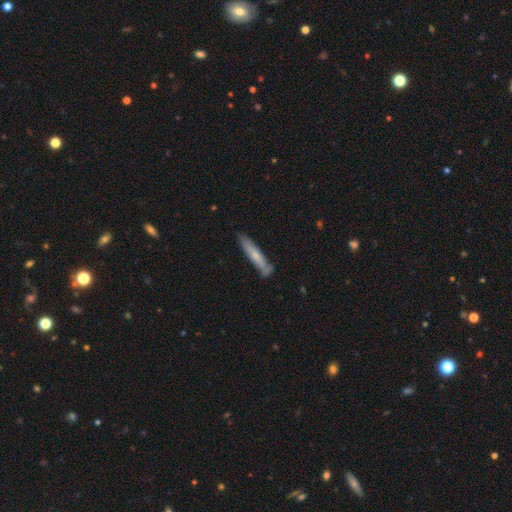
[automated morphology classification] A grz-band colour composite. It shows a smooth galaxy with no disk features (63%) that is cigar-shaped (91%). Merging: none (78%).